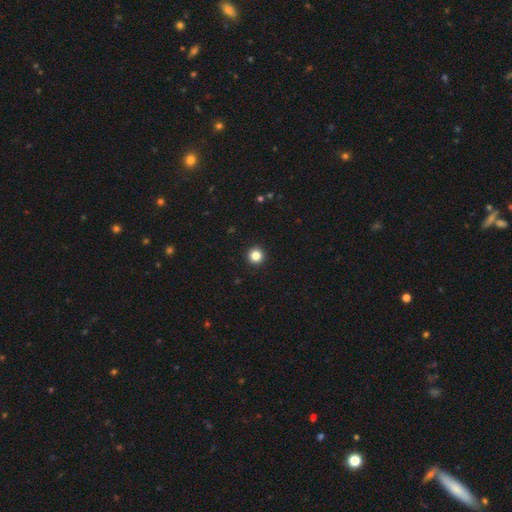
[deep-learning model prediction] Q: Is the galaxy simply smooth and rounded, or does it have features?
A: smooth — 85%.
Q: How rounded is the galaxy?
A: round — 96%.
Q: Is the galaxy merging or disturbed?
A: none — 94%.